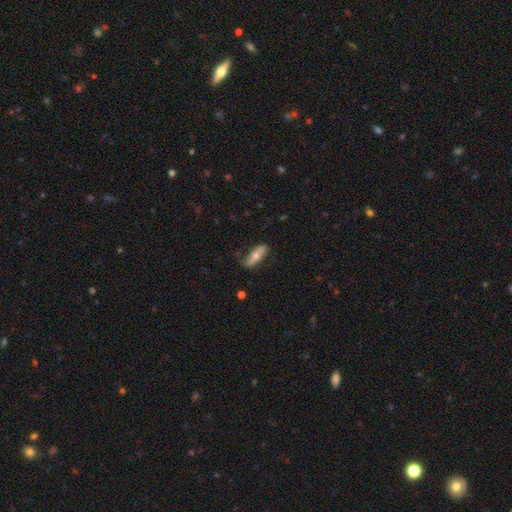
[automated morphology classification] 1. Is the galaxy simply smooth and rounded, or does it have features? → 47% smooth (tied), 47% featured or disk (tied), 6% star or artifact.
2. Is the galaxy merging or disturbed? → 66% none, 25% minor disturbance, 7% major disturbance, 2% merger.